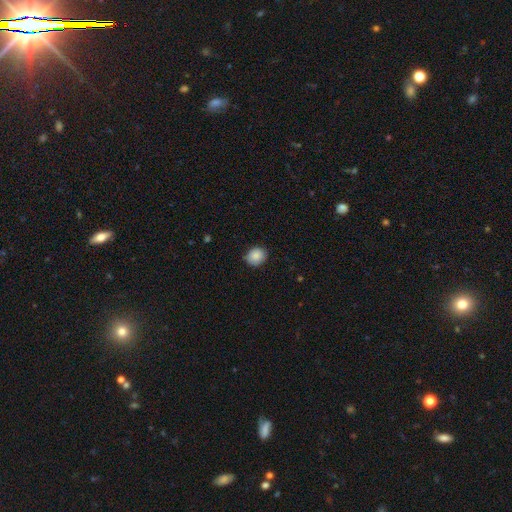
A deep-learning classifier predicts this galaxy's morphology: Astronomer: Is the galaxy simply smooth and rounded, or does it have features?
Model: smooth — 87%.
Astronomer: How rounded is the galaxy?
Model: round — 65%.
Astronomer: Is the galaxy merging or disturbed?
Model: none — 82%.